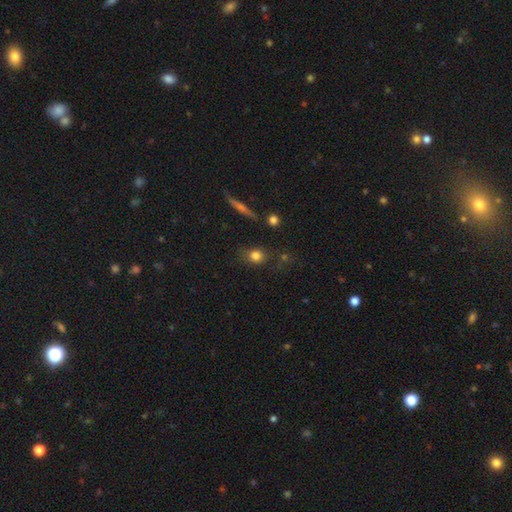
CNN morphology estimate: Smooth or featured: smooth — 80% (star or artifact — 11%)
How rounded: round — 63% (in between — 33%)
Merging: none — 72% (minor disturbance — 17%)